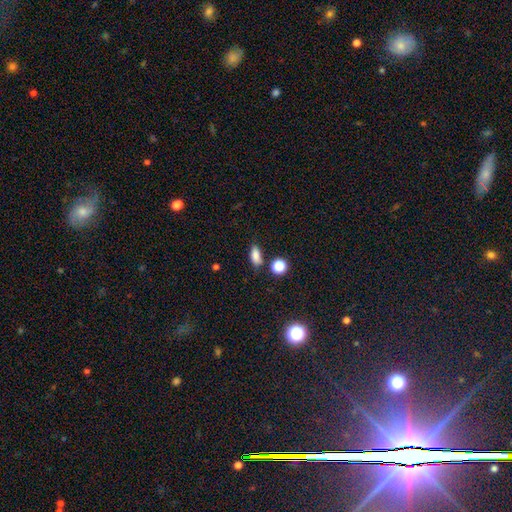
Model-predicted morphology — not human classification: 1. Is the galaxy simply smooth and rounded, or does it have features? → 81% smooth, 11% star or artifact, 8% featured or disk.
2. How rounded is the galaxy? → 76% in between, 16% cigar-shaped, 9% round.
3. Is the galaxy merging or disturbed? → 76% none, 14% minor disturbance, 6% merger, 4% major disturbance.